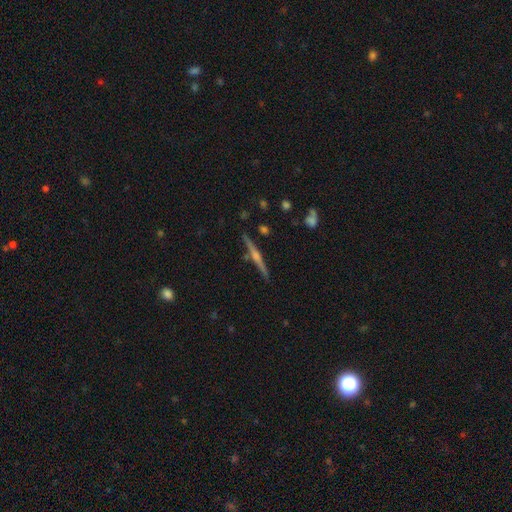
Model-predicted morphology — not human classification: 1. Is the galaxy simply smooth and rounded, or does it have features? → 80% featured or disk, 13% smooth, 7% star or artifact.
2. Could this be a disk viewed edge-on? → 98% yes, 2% no.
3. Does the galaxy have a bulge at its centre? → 86% rounded, 7% boxy, 6% none.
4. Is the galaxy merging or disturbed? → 89% none, 7% minor disturbance, 2% merger, 2% major disturbance.